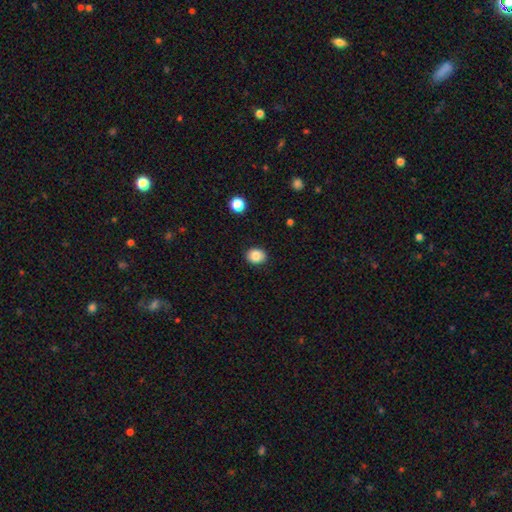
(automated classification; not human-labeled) smooth 86%, star or artifact 9%, featured or disk 5%. Down the decision tree: how rounded — round (55%); merging — none (88%).